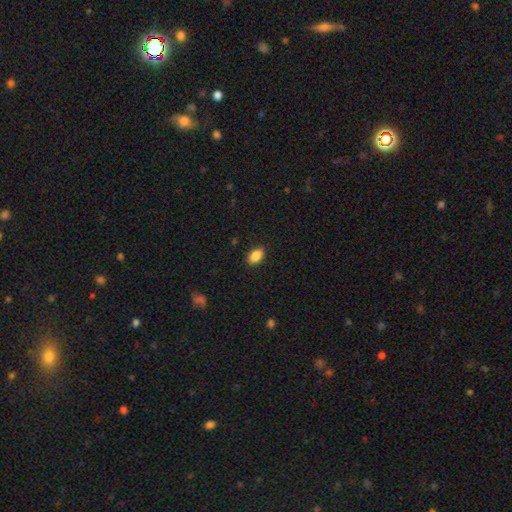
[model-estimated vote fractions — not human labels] Overall: smooth (88%). How rounded: in between (90%). Merging: none (87%).